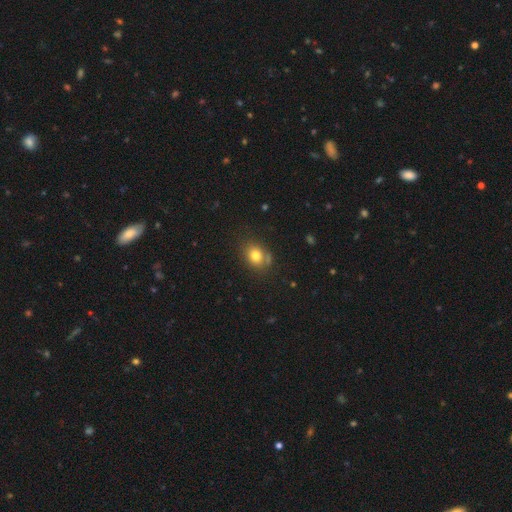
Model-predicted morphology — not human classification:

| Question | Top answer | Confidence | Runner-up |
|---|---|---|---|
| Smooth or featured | smooth | 78% | star or artifact (11%) |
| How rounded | in between | 50% | round (49%) |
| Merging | none | 71% | minor disturbance (17%) |